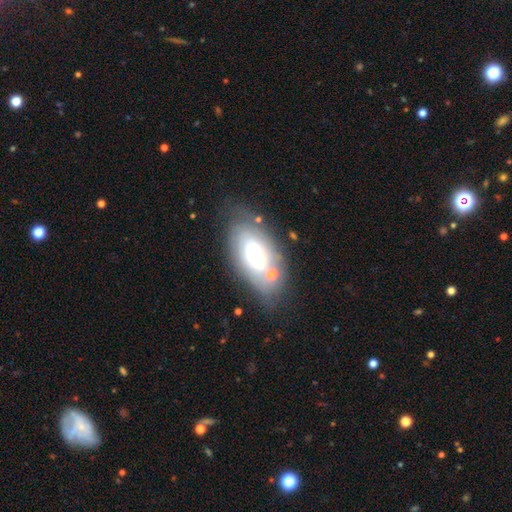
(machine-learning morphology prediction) This is possibly a smooth galaxy (51%). How rounded: clearly in between (89%). Merging: possibly none (57%).